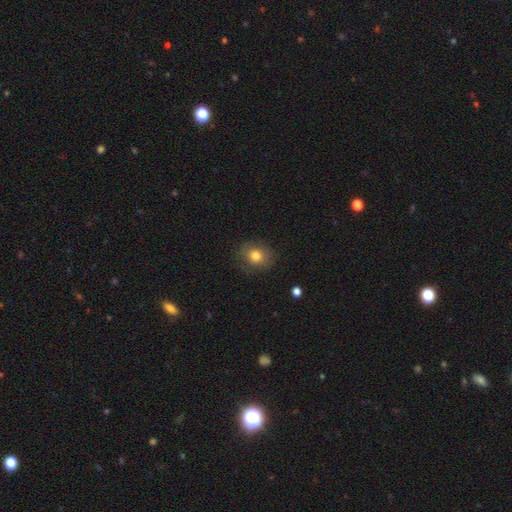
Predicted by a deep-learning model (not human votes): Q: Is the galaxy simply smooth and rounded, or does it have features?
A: smooth — 76%.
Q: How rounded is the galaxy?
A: round — 71%.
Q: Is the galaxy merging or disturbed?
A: none — 78%.